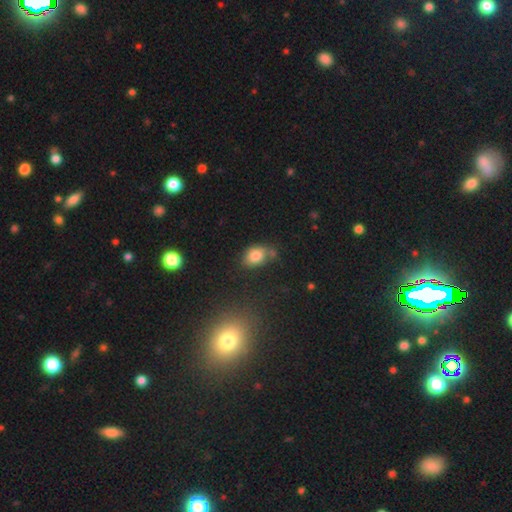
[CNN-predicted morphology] A smooth galaxy with no disk features (80%) that is in between round and cigar-shaped (74%).

Vote fractions:
- Smooth or featured? smooth: 80% / star or artifact: 11% / featured or disk: 9%
- How rounded? in between: 74% / round: 25% / cigar-shaped: 1%
- Merging? none: 57% / minor disturbance: 24% / merger: 12% / major disturbance: 7%